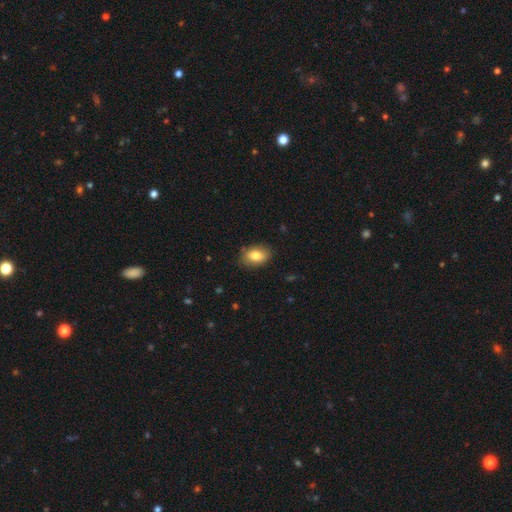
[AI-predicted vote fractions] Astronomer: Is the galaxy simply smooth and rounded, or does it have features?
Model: smooth — 81%.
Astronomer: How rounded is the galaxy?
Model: in between — 85%.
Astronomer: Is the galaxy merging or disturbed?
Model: none — 83%.